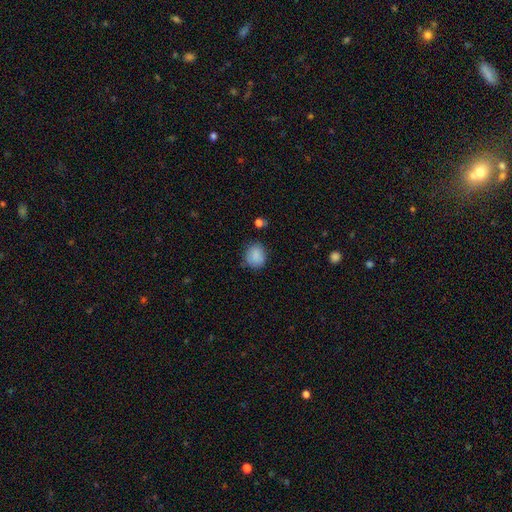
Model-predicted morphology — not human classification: smooth_or_featured: smooth (p=0.86) [alt: star or artifact p=0.08]
how_rounded: round (p=0.65) [alt: in between p=0.34]
merging: none (p=0.76) [alt: minor disturbance p=0.18]